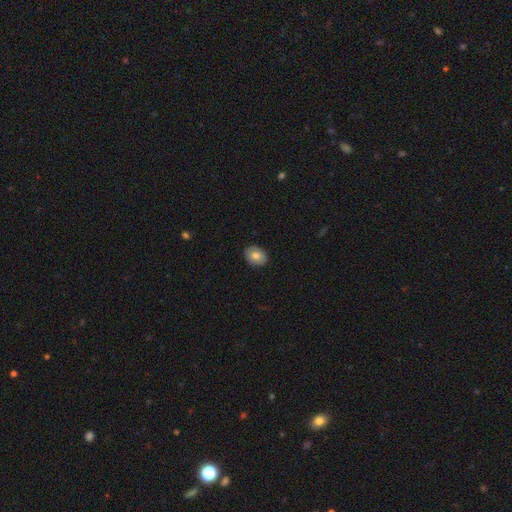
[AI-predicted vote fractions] This is likely a smooth galaxy (76%). How rounded: likely in between (62%). Merging: clearly none (89%).